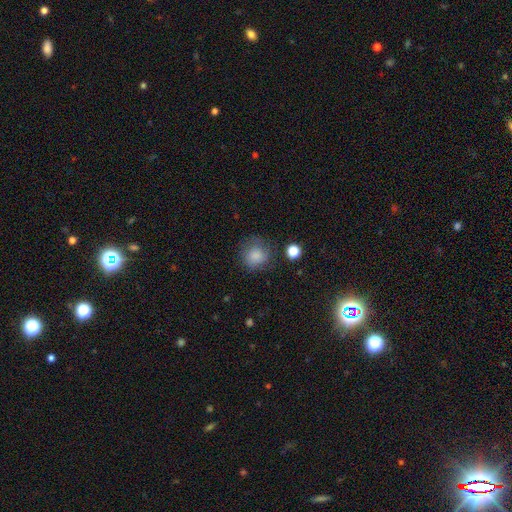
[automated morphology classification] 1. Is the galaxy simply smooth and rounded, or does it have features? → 83% smooth, 10% star or artifact, 8% featured or disk.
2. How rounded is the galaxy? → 86% round, 13% in between, 1% cigar-shaped.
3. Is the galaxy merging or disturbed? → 70% none, 19% minor disturbance, 8% major disturbance, 2% merger.